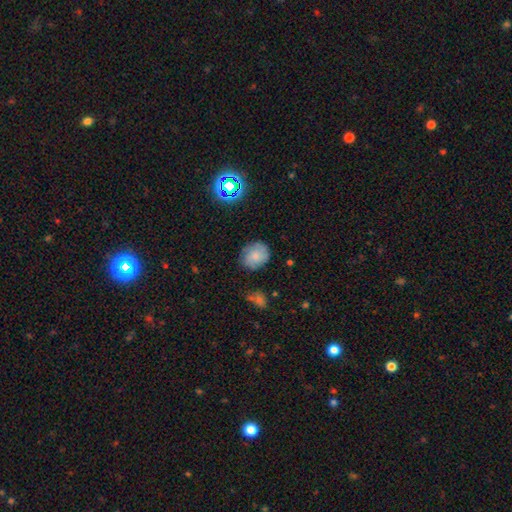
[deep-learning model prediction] Overall: smooth (76%). How rounded: round (67%; in between 32%). Merging: none (74%).